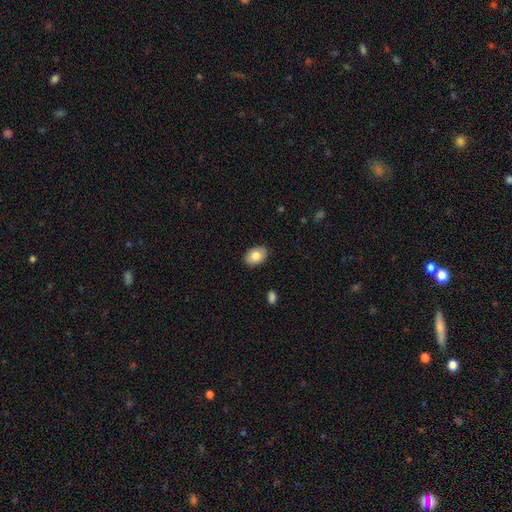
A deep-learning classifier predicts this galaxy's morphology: This appears to be a smooth galaxy with no disk features (81%) that is in between round and cigar-shaped (85%). Merging: none (88%).